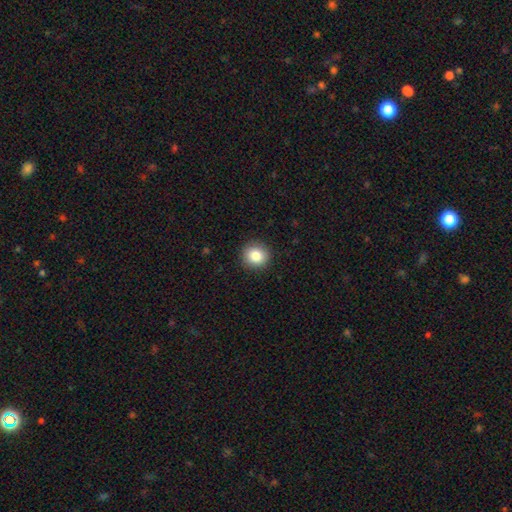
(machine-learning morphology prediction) This appears to be a smooth galaxy with no disk features (83%) that is round (91%). Merging: none (91%).